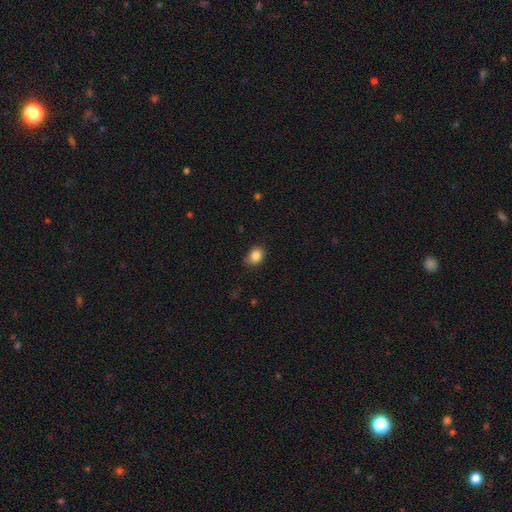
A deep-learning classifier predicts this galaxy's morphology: Overall: smooth (85%). How rounded: round (51%; in between 48%). Merging: none (71%).